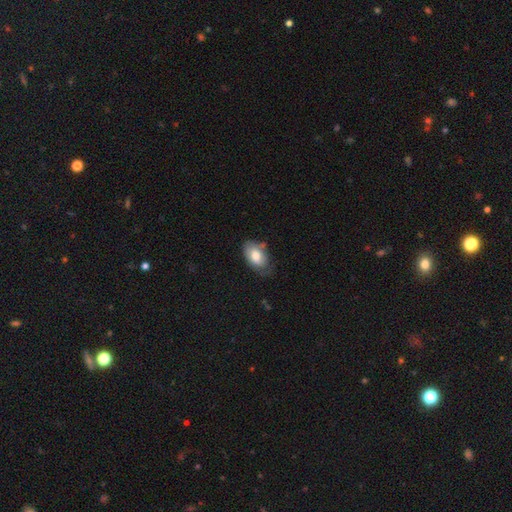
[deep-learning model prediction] Smooth or featured? smooth (72%)
How rounded? in between (91%)
Merging? none (56%)